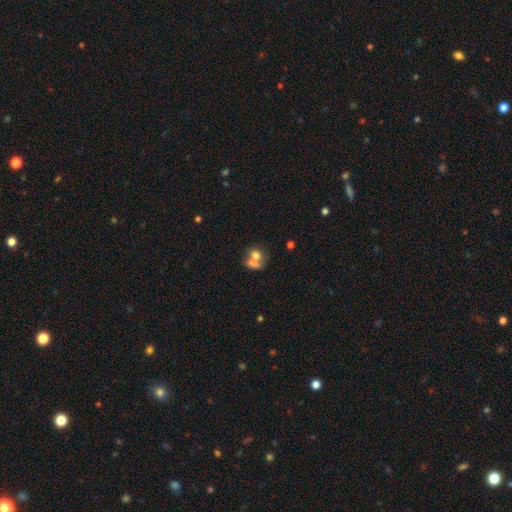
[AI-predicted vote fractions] This appears to be a smooth galaxy with no disk features (66%) that is round (54%). Merging: merger (70%).